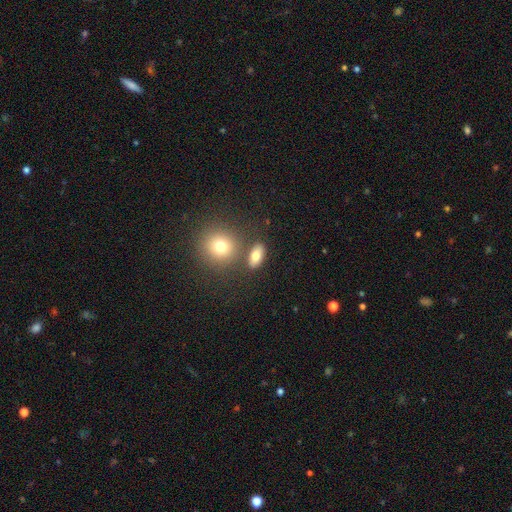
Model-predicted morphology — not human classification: A smooth galaxy with no disk features (76%) that is in between round and cigar-shaped (76%). Merging: none (76%).